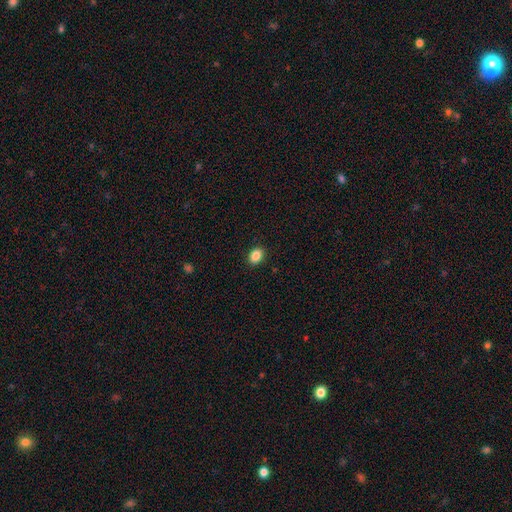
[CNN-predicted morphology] Smooth or featured: smooth — 87% (star or artifact — 9%)
How rounded: in between — 72% (round — 27%)
Merging: none — 90% (minor disturbance — 7%)